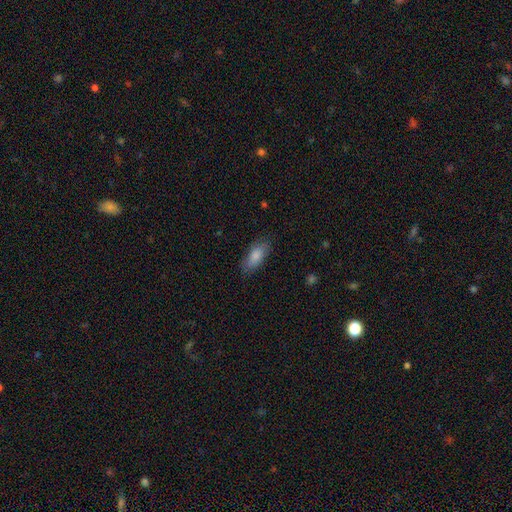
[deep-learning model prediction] This is clearly a smooth galaxy (84%). How rounded: clearly in between (80%). Merging: likely none (78%).